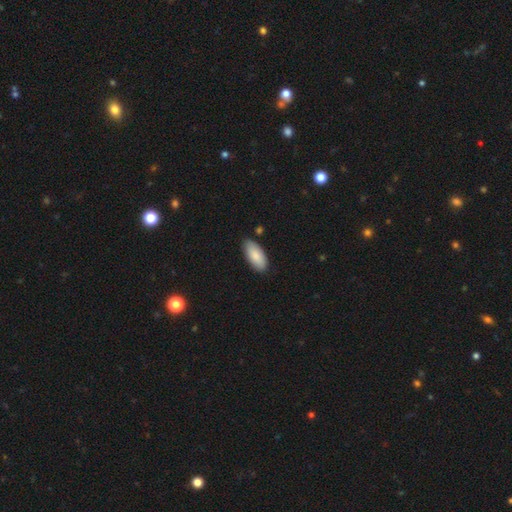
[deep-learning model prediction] Smooth or featured: smooth — 86% (featured or disk — 9%)
How rounded: in between — 90% (cigar-shaped — 9%)
Merging: none — 83% (minor disturbance — 13%)